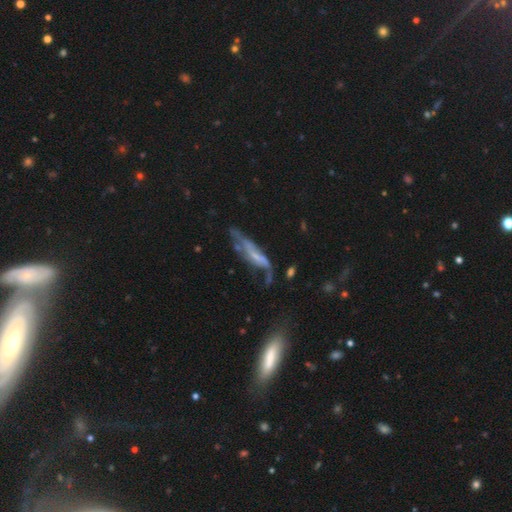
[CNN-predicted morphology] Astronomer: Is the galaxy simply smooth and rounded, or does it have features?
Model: featured or disk — 57% (runner-up: smooth, 33%).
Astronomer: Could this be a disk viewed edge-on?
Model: no — 61% (runner-up: yes, 39%).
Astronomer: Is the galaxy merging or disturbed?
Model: major disturbance — 31%, tied with none at 31%.